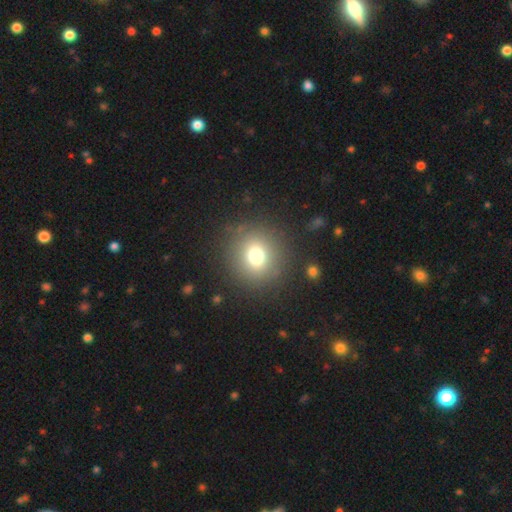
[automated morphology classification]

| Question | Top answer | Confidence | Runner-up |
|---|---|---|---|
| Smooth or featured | smooth | 73% | star or artifact (16%) |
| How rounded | round | 89% | in between (10%) |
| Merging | none | 87% | minor disturbance (7%) |